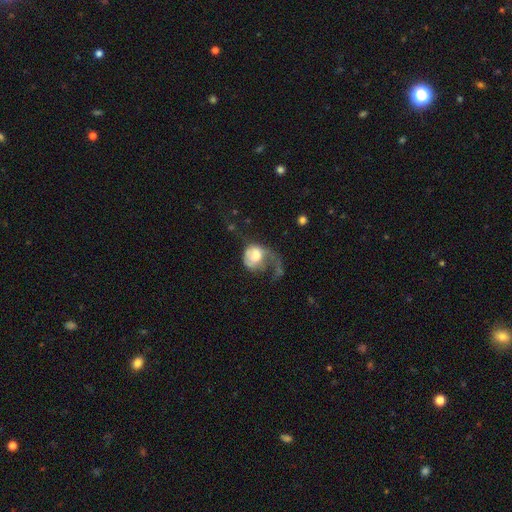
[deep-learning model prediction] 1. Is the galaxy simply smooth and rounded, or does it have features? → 48% smooth, 45% featured or disk, 7% star or artifact.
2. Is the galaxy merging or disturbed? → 66% major disturbance, 15% none, 14% minor disturbance, 5% merger.